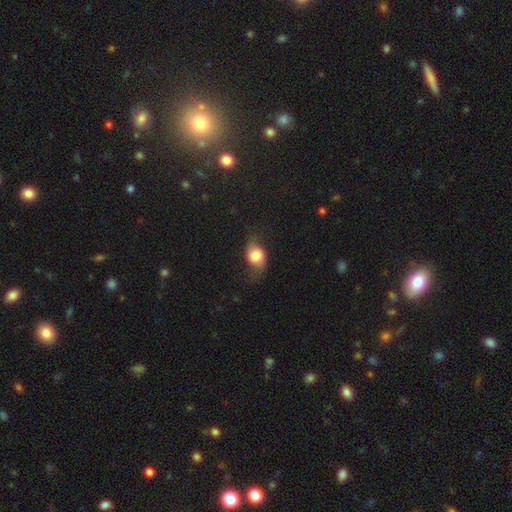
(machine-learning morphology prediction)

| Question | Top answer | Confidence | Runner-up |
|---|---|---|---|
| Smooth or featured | smooth | 66% | featured or disk (25%) |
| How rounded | in between | 58% | round (40%) |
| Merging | none | 57% | minor disturbance (27%) |